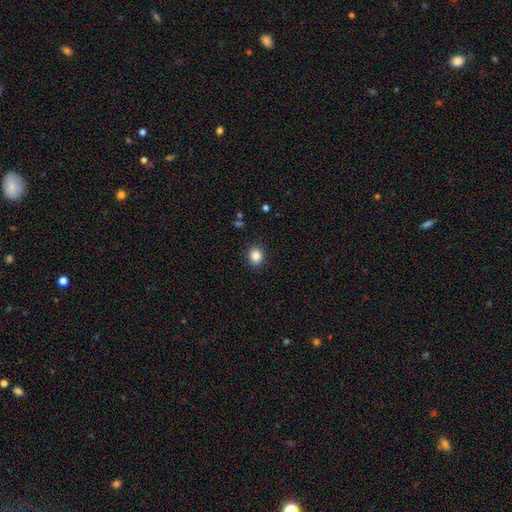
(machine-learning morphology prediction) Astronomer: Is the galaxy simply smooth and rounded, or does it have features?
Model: smooth — 86%.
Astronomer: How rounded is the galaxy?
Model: round — 75%.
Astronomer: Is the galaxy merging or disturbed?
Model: none — 90%.